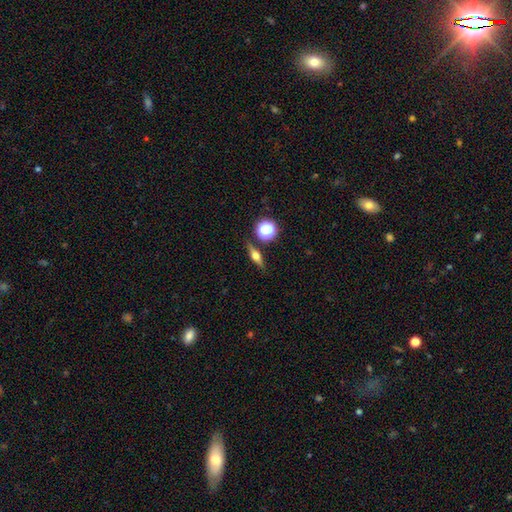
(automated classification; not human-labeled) featured or disk 54%, smooth 35%, star or artifact 11%. Down the decision tree: edge-on disk — yes (93%); edge-on bulge — rounded (94%); merging — none (85%).